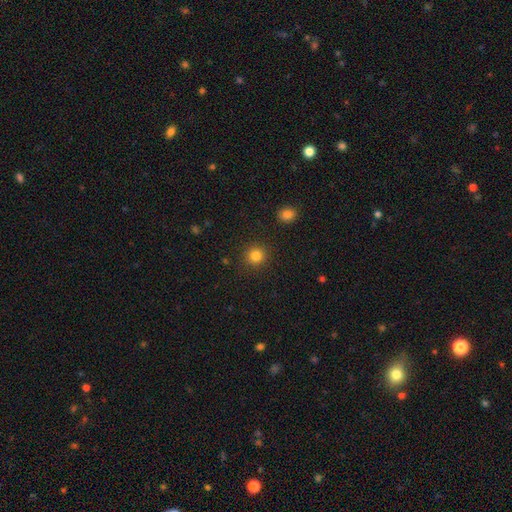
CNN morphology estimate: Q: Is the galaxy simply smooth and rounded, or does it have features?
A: smooth — 84%.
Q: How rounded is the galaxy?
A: round — 92%.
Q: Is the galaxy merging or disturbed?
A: none — 90%.